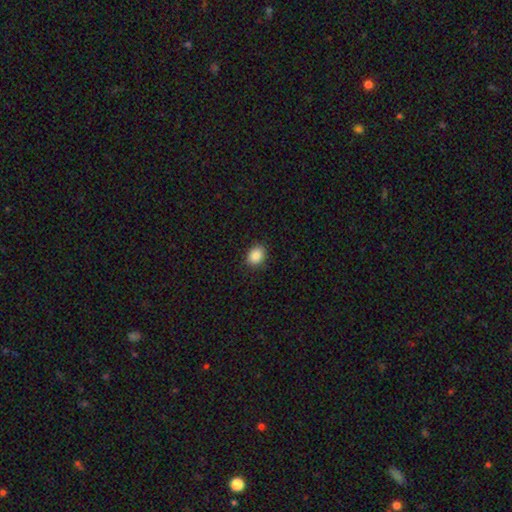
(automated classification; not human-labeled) A smooth galaxy with no disk features (88%) that is in between round and cigar-shaped (58%). Merging: none (87%).